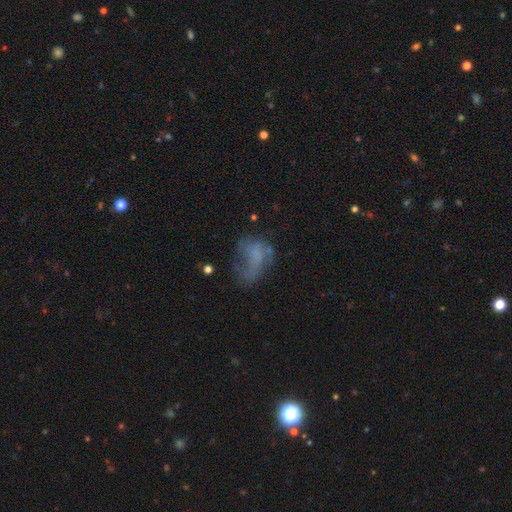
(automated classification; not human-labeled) Q: Smooth or featured?
A: featured or disk (49%); runner-up: smooth (36%)
Q: Merging?
A: major disturbance (39%); runner-up: none (34%)